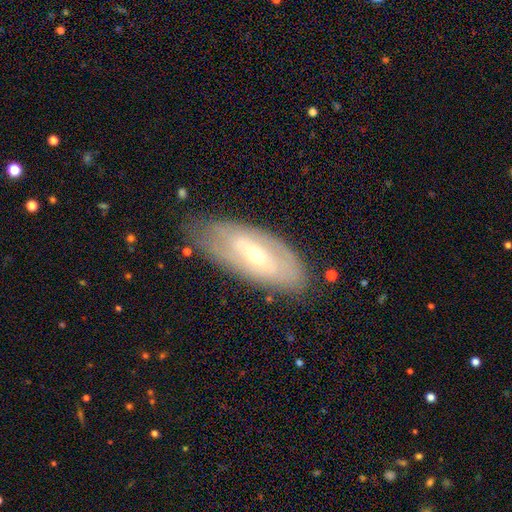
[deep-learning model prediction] smooth_or_featured: featured or disk (p=0.66) [alt: smooth p=0.27]
disk_edge_on: no (p=0.83) [alt: yes p=0.17]
bar: weak (p=0.40) [alt: no p=0.33]
has_spiral_arms: yes (p=0.56) [alt: no p=0.44]
bulge_size: small (p=0.53) [alt: moderate p=0.43]
merging: none (p=0.74) [alt: minor disturbance p=0.19]